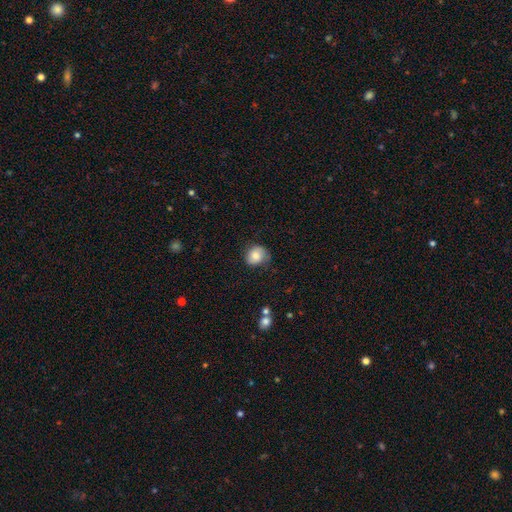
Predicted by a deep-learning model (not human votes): This is likely a smooth galaxy (73%). How rounded: likely round (66%). Merging: likely none (68%).